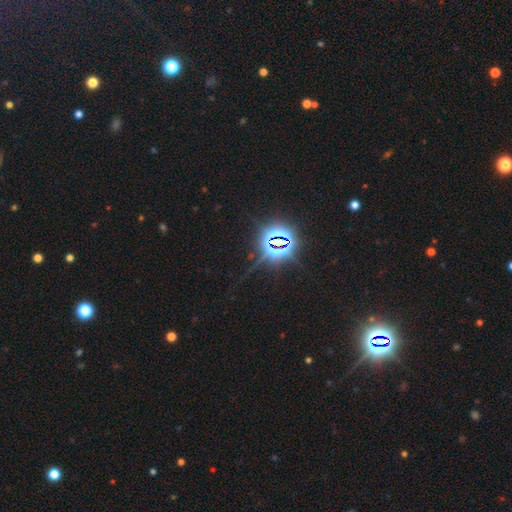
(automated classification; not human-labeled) smooth-or-featured: star or artifact: 83% | smooth: 10% | featured or disk: 7%